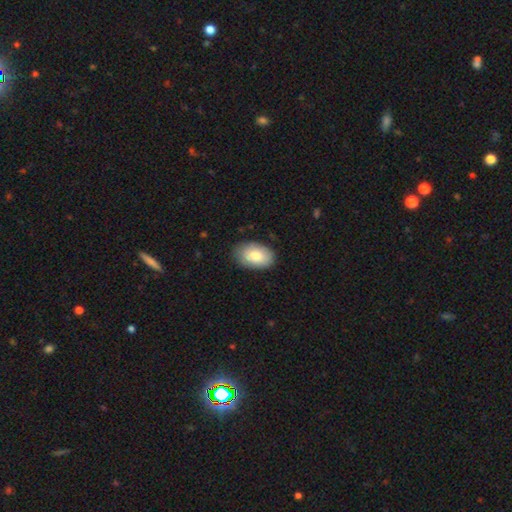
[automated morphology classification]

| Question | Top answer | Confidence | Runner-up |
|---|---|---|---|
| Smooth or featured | smooth | 81% | featured or disk (13%) |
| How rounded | in between | 90% | round (8%) |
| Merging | none | 82% | minor disturbance (14%) |